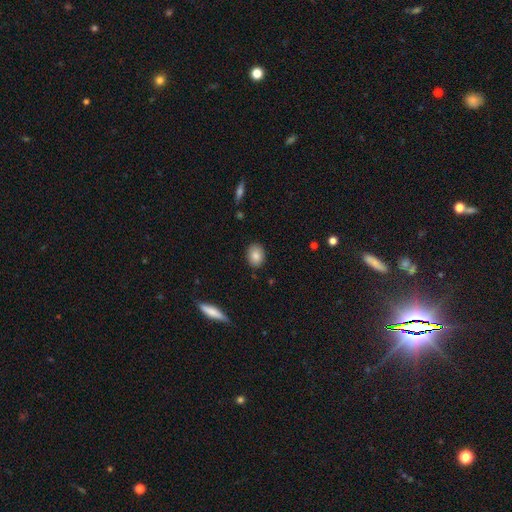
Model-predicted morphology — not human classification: A smooth galaxy with no disk features (84%) that is in between round and cigar-shaped (58%).

Vote fractions:
- Smooth or featured? smooth: 84% / featured or disk: 8% / star or artifact: 8%
- How rounded? in between: 58% / round: 41% / cigar-shaped: 2%
- Merging? none: 88% / minor disturbance: 9% / major disturbance: 2% / merger: 1%